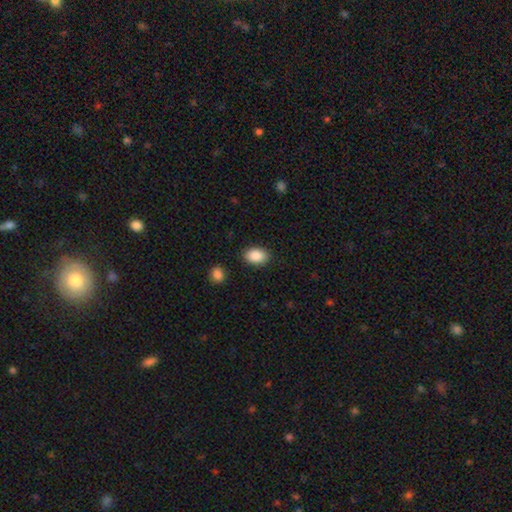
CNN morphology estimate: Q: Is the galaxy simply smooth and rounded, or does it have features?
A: smooth — 89%.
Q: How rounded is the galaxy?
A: in between — 85%.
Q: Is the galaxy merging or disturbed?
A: none — 87%.